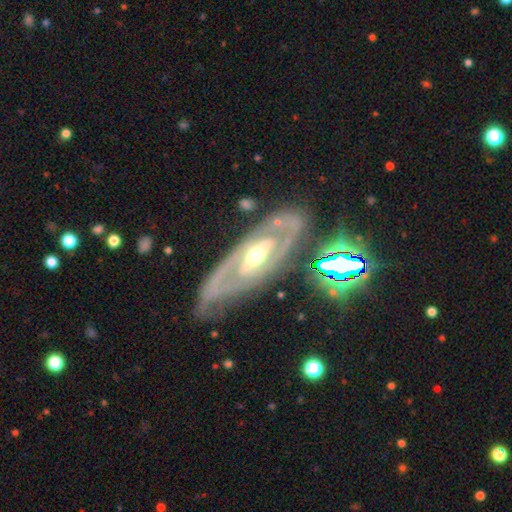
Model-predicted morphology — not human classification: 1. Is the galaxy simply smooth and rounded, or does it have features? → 85% featured or disk, 9% smooth, 6% star or artifact.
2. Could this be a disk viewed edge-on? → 88% no, 12% yes.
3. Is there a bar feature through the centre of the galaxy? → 37% no, 34% weak, 29% strong.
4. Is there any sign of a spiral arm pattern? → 81% yes, 19% no.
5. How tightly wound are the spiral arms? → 48% tight, 38% medium, 14% loose.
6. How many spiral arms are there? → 72% 2, 17% can't tell, 5% 1, 3% 3, 2% 4, 2% more than 4.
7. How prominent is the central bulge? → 69% moderate, 23% small, 6% large, 1% dominant, 1% none.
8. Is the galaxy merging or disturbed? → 71% none, 17% minor disturbance, 9% major disturbance, 3% merger.